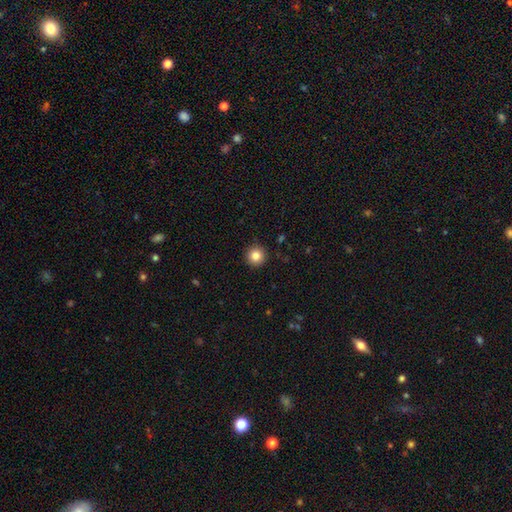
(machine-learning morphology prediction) A smooth galaxy with no disk features (84%) that is round (96%).

Vote fractions:
- Smooth or featured? smooth: 84% / star or artifact: 10% / featured or disk: 6%
- How rounded? round: 96% / in between: 3% / cigar-shaped: 1%
- Merging? none: 92% / minor disturbance: 5% / major disturbance: 2% / merger: 1%